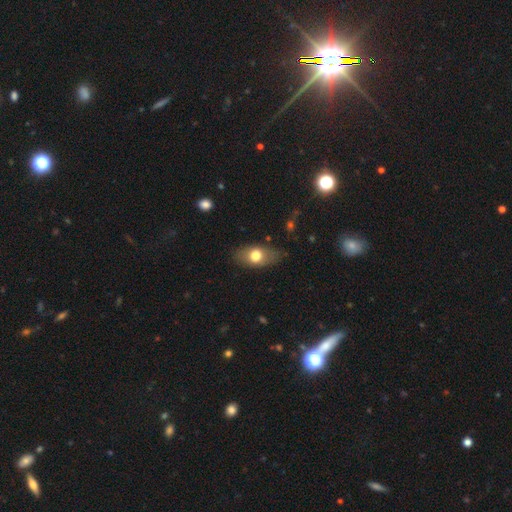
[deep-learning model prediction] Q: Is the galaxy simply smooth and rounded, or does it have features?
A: smooth — 68%.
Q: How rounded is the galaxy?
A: in between — 85%.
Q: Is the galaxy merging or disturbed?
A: none — 78%.